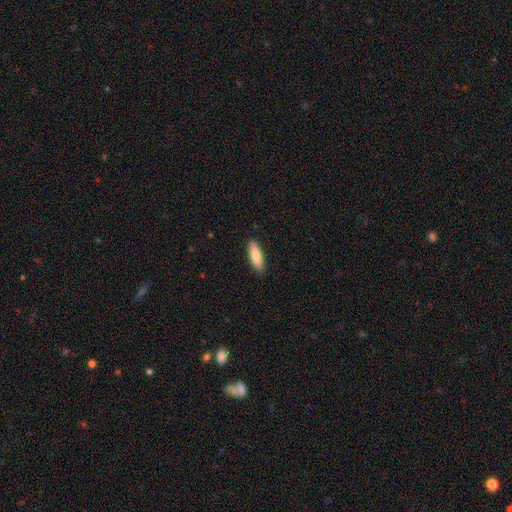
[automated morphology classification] Smooth or featured? Predicted: smooth (p=0.83). How rounded? Predicted: in between (p=0.53). Merging? Predicted: none (p=0.89).